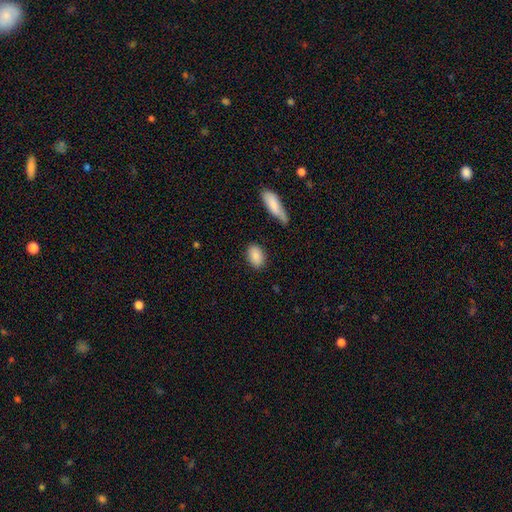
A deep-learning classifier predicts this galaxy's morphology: Smooth or featured: smooth — 87% (featured or disk — 7%)
How rounded: in between — 87% (round — 11%)
Merging: none — 84% (minor disturbance — 11%)